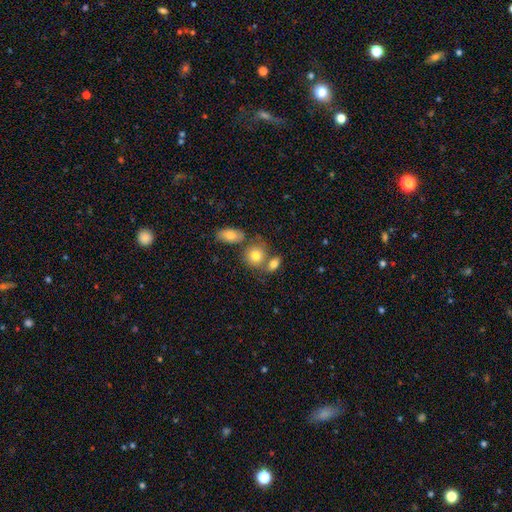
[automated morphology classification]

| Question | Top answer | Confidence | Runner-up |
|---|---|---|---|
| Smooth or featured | smooth | 78% | featured or disk (13%) |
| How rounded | round | 62% | in between (36%) |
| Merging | none | 46% | merger (37%) |